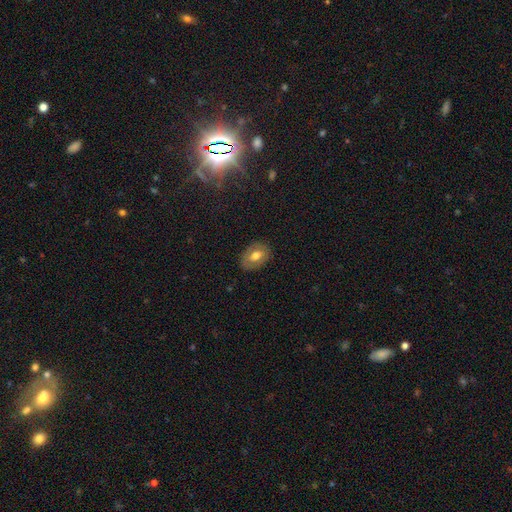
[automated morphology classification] Smooth or featured: smooth — 63% (featured or disk — 29%)
How rounded: in between — 75% (round — 24%)
Merging: none — 83% (minor disturbance — 13%)